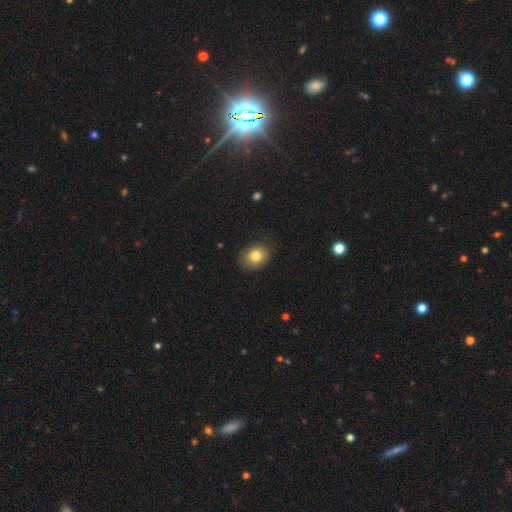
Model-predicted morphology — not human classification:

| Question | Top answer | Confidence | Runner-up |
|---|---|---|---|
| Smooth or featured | smooth | 81% | featured or disk (10%) |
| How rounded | in between | 52% | round (48%) |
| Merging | none | 74% | minor disturbance (19%) |